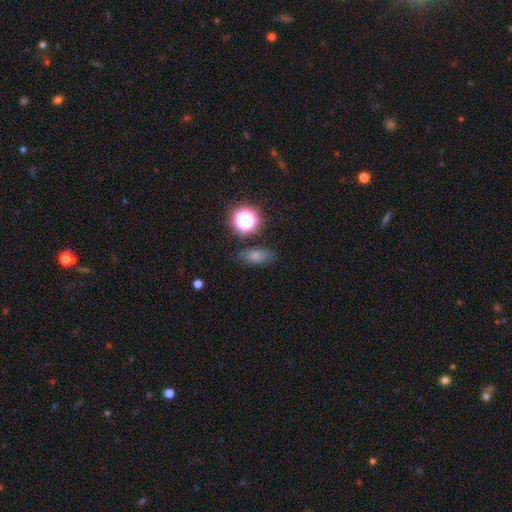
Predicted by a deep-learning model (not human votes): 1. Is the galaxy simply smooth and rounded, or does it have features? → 72% smooth, 17% star or artifact, 11% featured or disk.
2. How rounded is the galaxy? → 75% in between, 15% round, 10% cigar-shaped.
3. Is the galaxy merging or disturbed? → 76% none, 16% minor disturbance, 5% major disturbance, 3% merger.